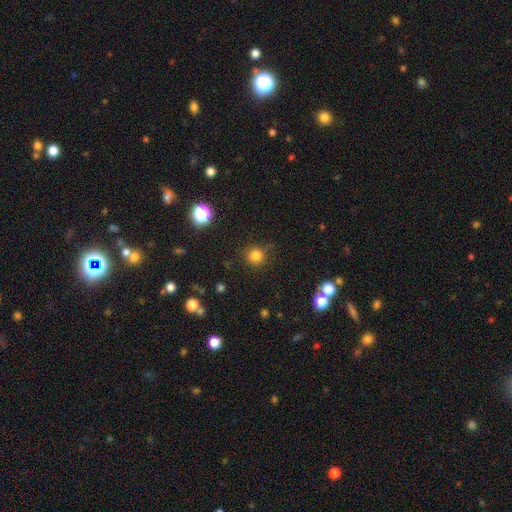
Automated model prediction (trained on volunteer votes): A smooth galaxy with no disk features (80%) that is round (94%).

Vote fractions:
- Smooth or featured? smooth: 80% / star or artifact: 15% / featured or disk: 5%
- How rounded? round: 94% / in between: 5% / cigar-shaped: 1%
- Merging? none: 84% / minor disturbance: 10% / major disturbance: 3% / merger: 2%